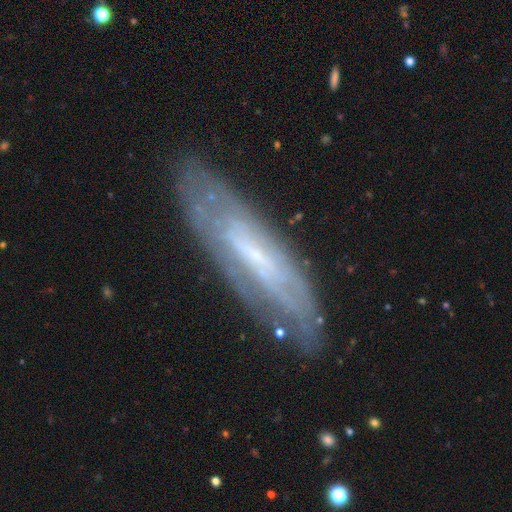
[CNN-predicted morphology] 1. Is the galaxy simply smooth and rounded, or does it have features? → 68% featured or disk, 25% smooth, 7% star or artifact.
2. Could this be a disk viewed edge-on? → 65% no, 35% yes.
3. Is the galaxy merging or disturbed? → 76% none, 17% minor disturbance, 5% major disturbance, 2% merger.